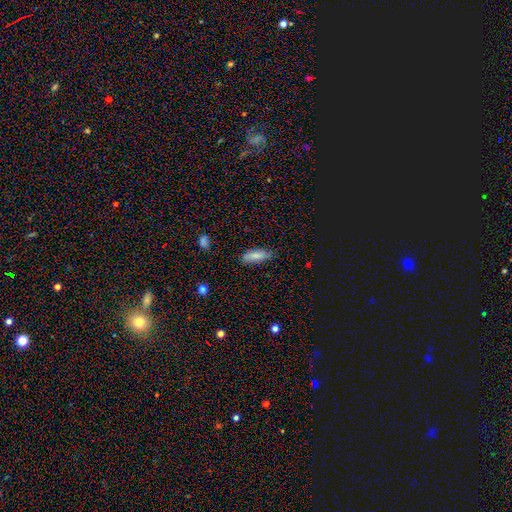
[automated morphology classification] A smooth galaxy with no disk features (82%) that is in between round and cigar-shaped (71%). Merging: none (77%).